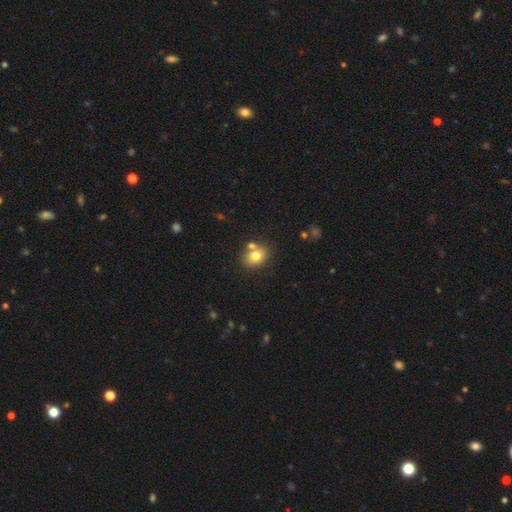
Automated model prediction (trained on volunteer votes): Overall: smooth (77%). How rounded: in between (55%; round 44%). Merging: none (66%).